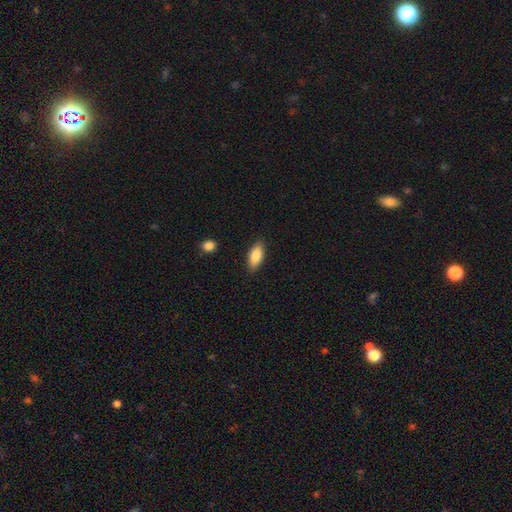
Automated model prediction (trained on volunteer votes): This appears to be a smooth galaxy with no disk features (87%) that is in between round and cigar-shaped (85%). Merging: none (86%).